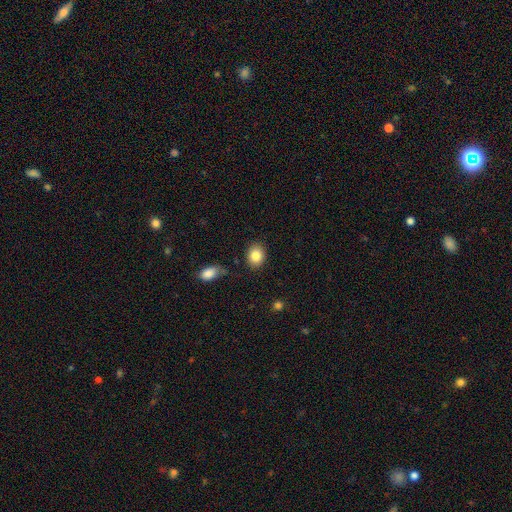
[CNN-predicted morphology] This appears to be a smooth galaxy with no disk features (85%) that is in between round and cigar-shaped (50%). Merging: none (83%).